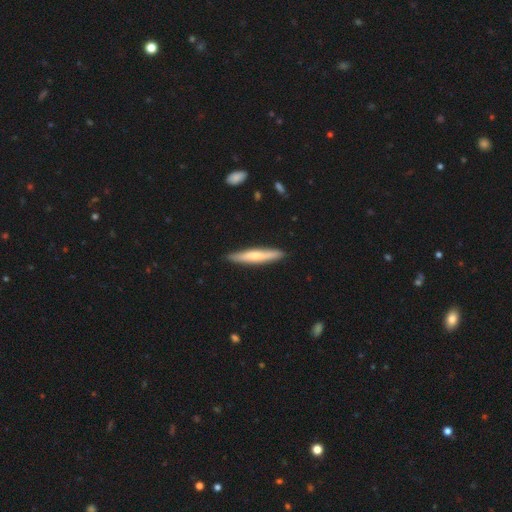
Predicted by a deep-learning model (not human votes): Smooth or featured: smooth — 56% (featured or disk — 39%)
How rounded: cigar-shaped — 92% (in between — 6%)
Merging: none — 89% (minor disturbance — 8%)